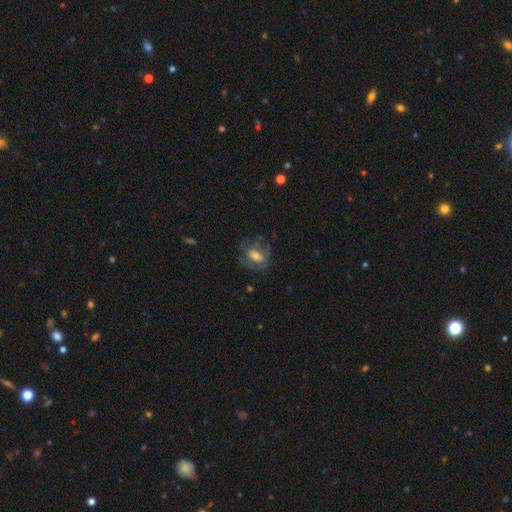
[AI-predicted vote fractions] smooth-or-featured: featured or disk: 49% | smooth: 41% | star or artifact: 10%
  merging: none: 55% | minor disturbance: 22% | major disturbance: 21% | merger: 2%